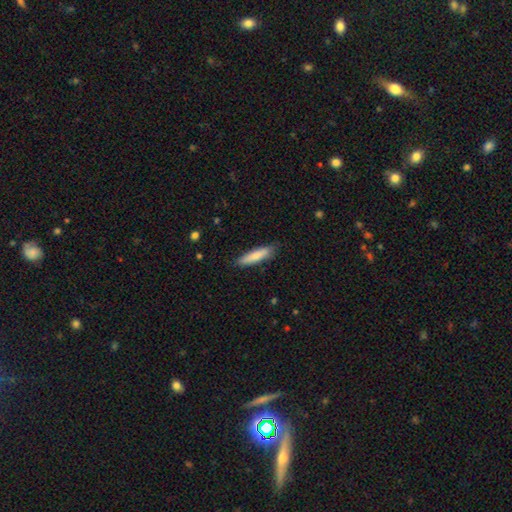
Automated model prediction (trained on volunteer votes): A smooth galaxy with no disk features (80%) that is cigar-shaped (78%).

Vote fractions:
- Smooth or featured? smooth: 80% / featured or disk: 14% / star or artifact: 6%
- How rounded? cigar-shaped: 78% / in between: 21% / round: 1%
- Merging? none: 84% / minor disturbance: 12% / major disturbance: 2% / merger: 1%